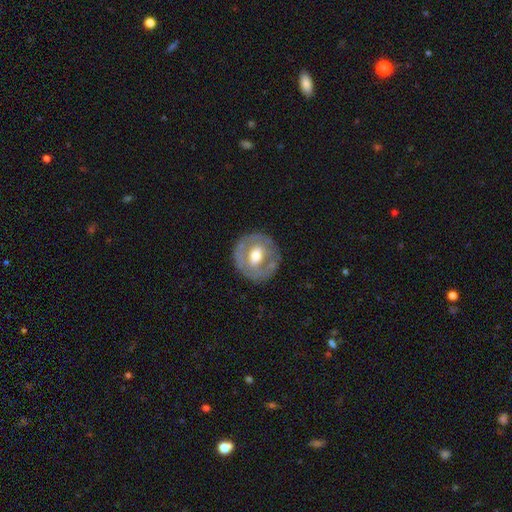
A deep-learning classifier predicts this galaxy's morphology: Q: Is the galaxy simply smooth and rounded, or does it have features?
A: featured or disk — 55%.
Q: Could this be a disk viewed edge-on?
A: no — 95%.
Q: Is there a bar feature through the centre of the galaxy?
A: no — 58%.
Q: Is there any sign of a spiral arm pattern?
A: no — 77%.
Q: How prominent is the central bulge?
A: moderate — 64%.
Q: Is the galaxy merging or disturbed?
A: none — 77%.